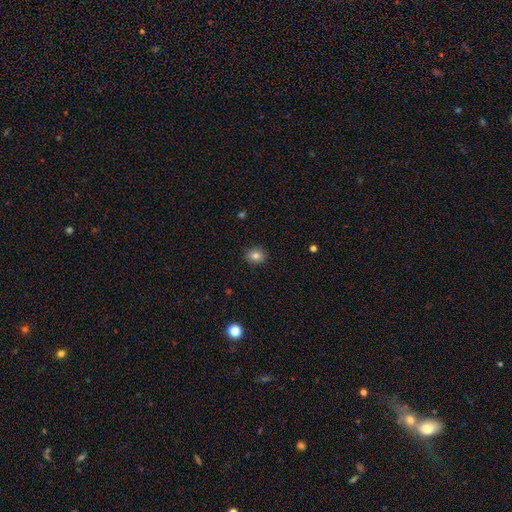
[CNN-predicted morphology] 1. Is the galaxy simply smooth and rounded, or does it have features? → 83% smooth, 11% star or artifact, 6% featured or disk.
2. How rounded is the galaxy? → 69% round, 31% in between, 1% cigar-shaped.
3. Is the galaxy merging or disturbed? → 89% none, 8% minor disturbance, 2% major disturbance, 1% merger.